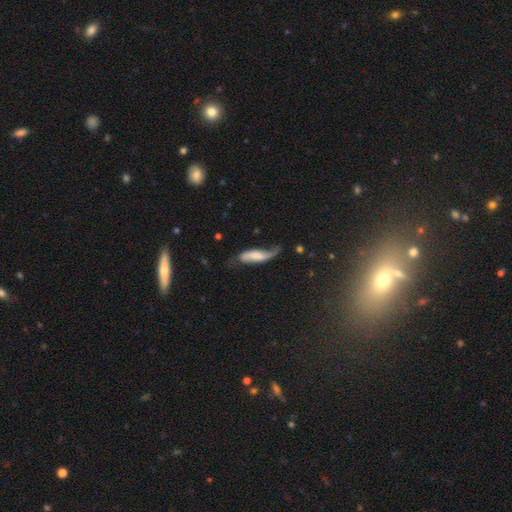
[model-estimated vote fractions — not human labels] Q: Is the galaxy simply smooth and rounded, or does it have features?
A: featured or disk — 52%.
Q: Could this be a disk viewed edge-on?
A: no — 81%.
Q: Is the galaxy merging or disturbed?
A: none — 38%.